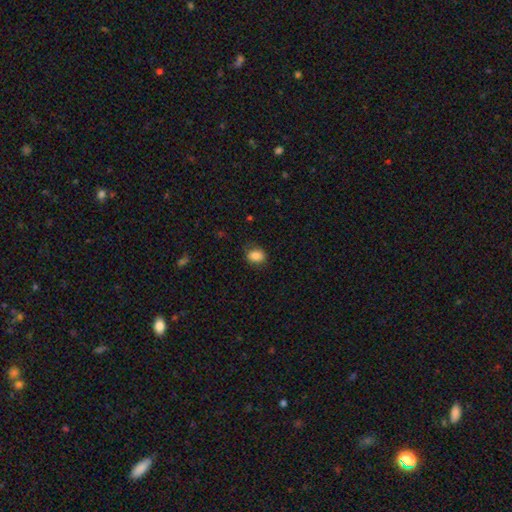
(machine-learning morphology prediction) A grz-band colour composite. It shows a smooth galaxy with no disk features (85%) that is in between round and cigar-shaped (55%). Merging: none (78%).